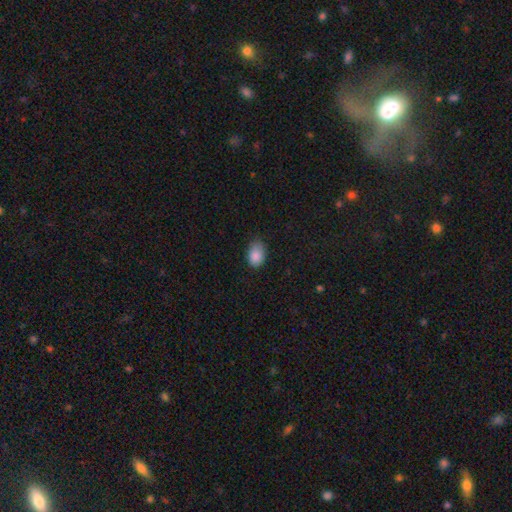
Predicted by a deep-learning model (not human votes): A smooth galaxy with no disk features (87%) that is in between round and cigar-shaped (84%). Merging: none (66%).